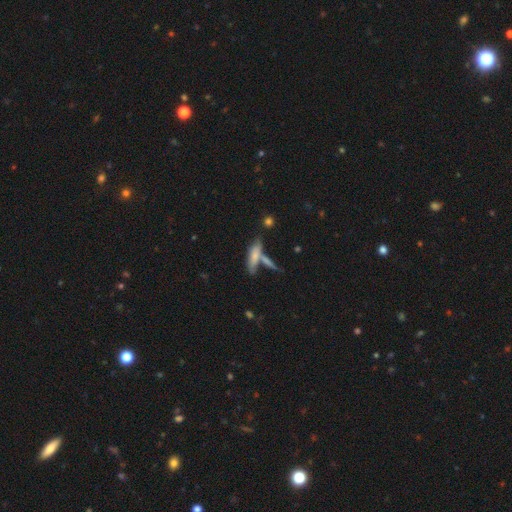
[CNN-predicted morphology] smooth 63%, featured or disk 28%, star or artifact 9%. Down the decision tree: how rounded — cigar-shaped (64%); merging — none (51%).